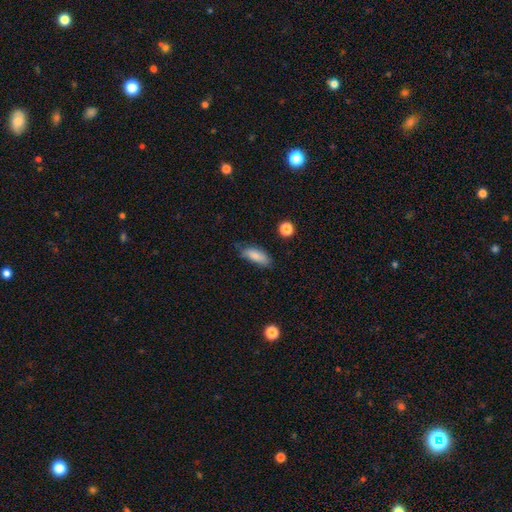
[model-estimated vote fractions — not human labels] Smooth or featured: smooth — 84% (featured or disk — 9%)
How rounded: in between — 75% (cigar-shaped — 23%)
Merging: none — 68% (minor disturbance — 25%)